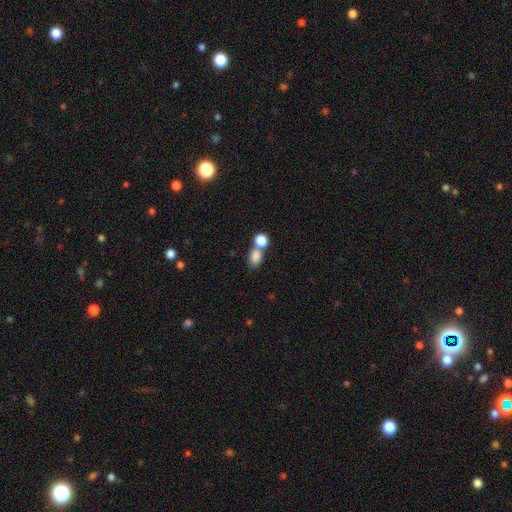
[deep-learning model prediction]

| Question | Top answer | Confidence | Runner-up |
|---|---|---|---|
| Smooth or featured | smooth | 82% | star or artifact (10%) |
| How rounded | in between | 66% | round (32%) |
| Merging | merger | 48% | none (39%) |